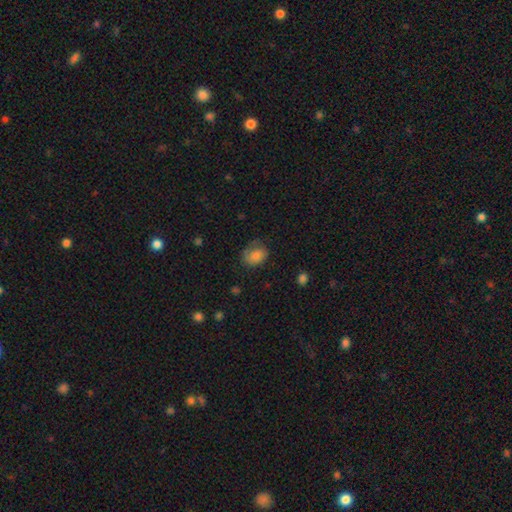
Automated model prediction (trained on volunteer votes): smooth_or_featured: smooth (p=0.72) [alt: featured or disk p=0.19]
how_rounded: in between (p=0.60) [alt: round p=0.39]
merging: none (p=0.55) [alt: minor disturbance p=0.27]